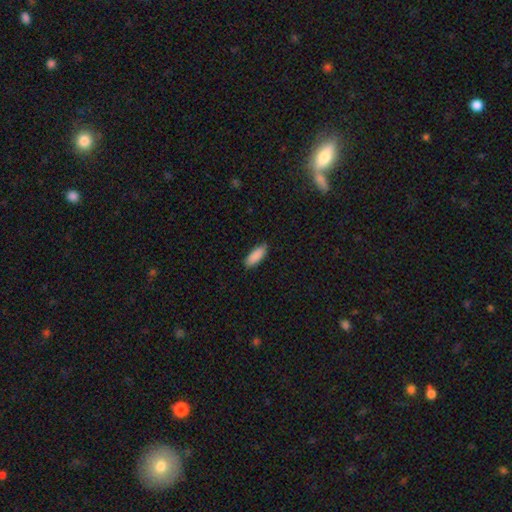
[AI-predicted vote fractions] Morphology: type=smooth (90%); roundness=in between (72%); merging=none (87%).